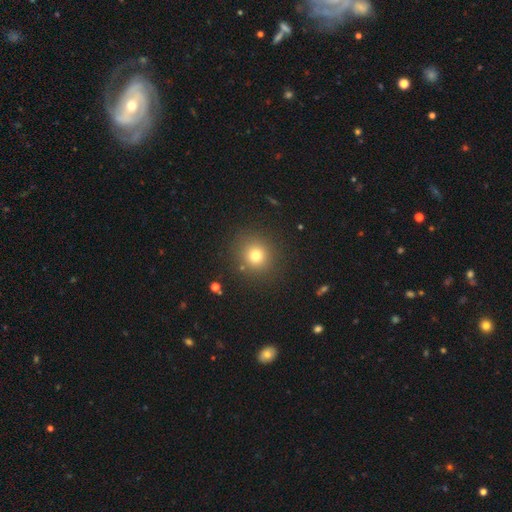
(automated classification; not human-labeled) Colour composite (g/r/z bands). It shows a smooth galaxy with no disk features (76%) that is round (90%). Merging: none (88%).